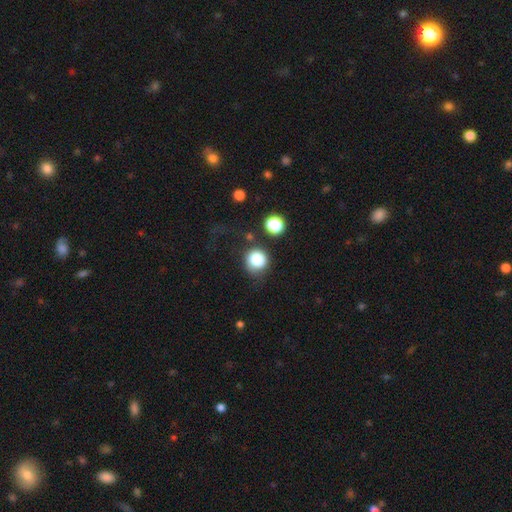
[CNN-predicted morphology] A smooth galaxy with no disk features (80%) that is round (88%).

Vote fractions:
- Smooth or featured? smooth: 80% / star or artifact: 12% / featured or disk: 8%
- How rounded? round: 88% / in between: 11% / cigar-shaped: 1%
- Merging? none: 70% / minor disturbance: 16% / major disturbance: 9% / merger: 5%